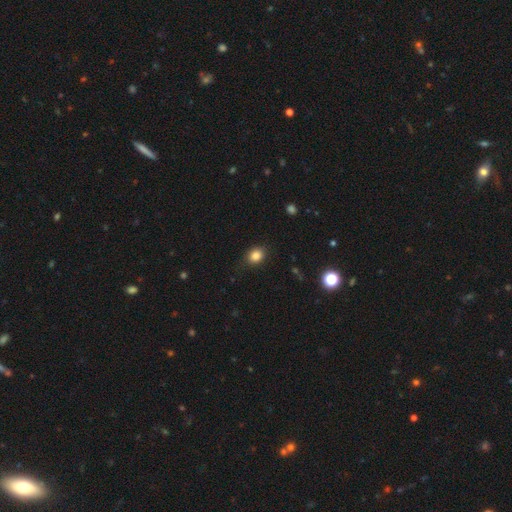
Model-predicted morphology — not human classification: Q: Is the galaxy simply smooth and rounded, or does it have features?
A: smooth — 85%.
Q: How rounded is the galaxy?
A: round — 53%.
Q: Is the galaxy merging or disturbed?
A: none — 83%.